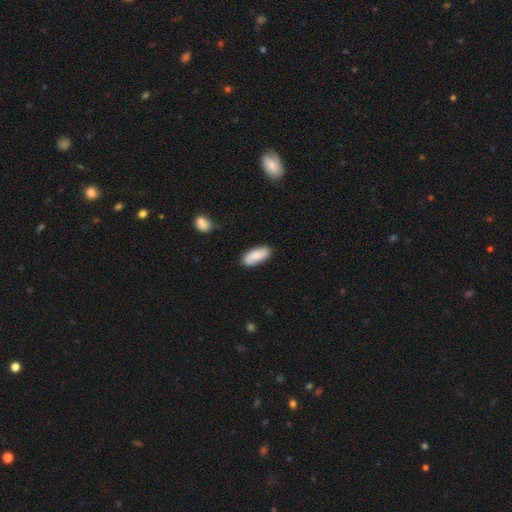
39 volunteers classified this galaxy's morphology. Q: Smooth or featured?
A: smooth (77%); runner-up: featured or disk (15%)
Q: How rounded?
A: in between (83%); runner-up: cigar-shaped (13%)
Q: Merging?
A: none (81%); runner-up: minor disturbance (14%)